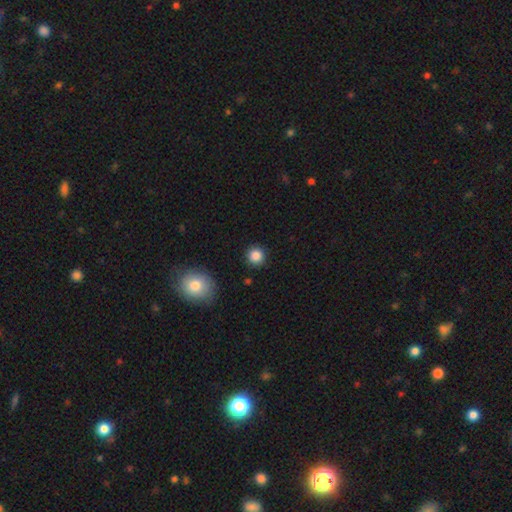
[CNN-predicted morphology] Smooth or featured? Predicted: smooth (p=0.85). How rounded? Predicted: round (p=0.94). Merging? Predicted: none (p=0.90).